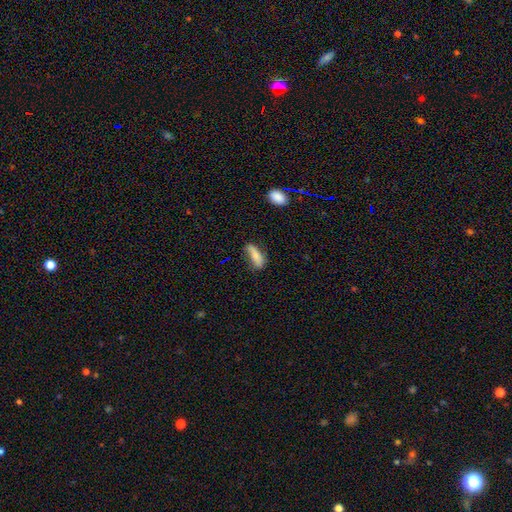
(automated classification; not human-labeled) Smooth or featured?
  - smooth: 74% *
  - featured or disk: 19%
  - star or artifact: 7%
How rounded?
  - in between: 56% *
  - cigar-shaped: 41%
  - round: 3%
Merging?
  - none: 58% *
  - minor disturbance: 30%
  - major disturbance: 9%
  - merger: 3%